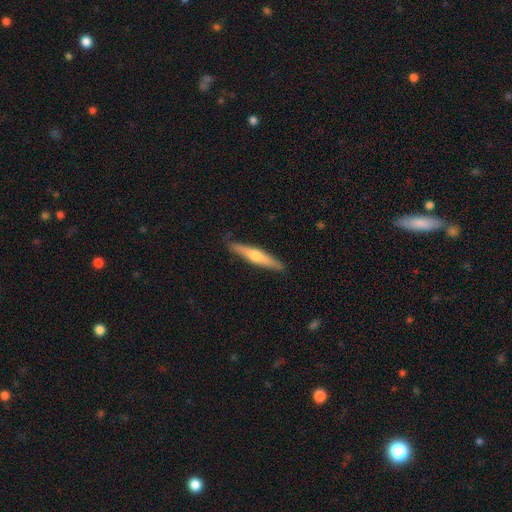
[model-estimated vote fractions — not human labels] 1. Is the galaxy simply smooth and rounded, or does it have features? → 53% featured or disk, 42% smooth, 5% star or artifact.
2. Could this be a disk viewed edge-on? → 95% yes, 5% no.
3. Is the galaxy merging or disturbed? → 90% none, 8% minor disturbance, 1% major disturbance, 1% merger.